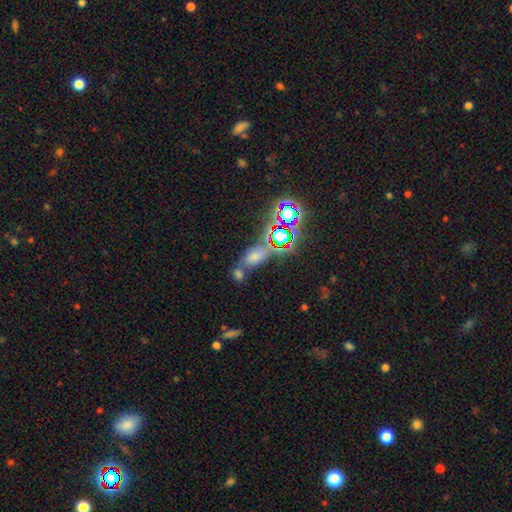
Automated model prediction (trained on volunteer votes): smooth-or-featured: star or artifact: 51% | smooth: 36% | featured or disk: 13%